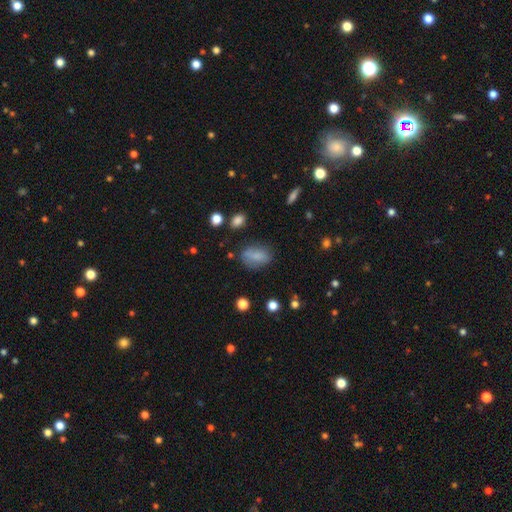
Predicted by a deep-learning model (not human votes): Q: Smooth or featured?
A: smooth (77%); runner-up: featured or disk (12%)
Q: How rounded?
A: in between (82%); runner-up: round (15%)
Q: Merging?
A: none (65%); runner-up: minor disturbance (22%)